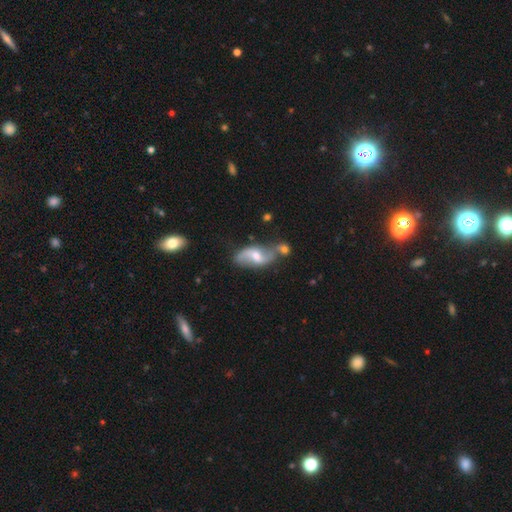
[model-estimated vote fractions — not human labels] smooth-or-featured: featured or disk: 71% | smooth: 22% | star or artifact: 7%
  disk-edge-on: no: 93% | yes: 7%
    bar: weak: 50% | no: 31% | strong: 19%
    has-spiral-arms: yes: 86% | no: 14%
      spiral-winding: loose: 73% | medium: 21% | tight: 6%
      spiral-arm-count: 2: 89% | can't tell: 5% | 1: 3% | 3: 1% | 4: 1% | more than 4: 1%
    bulge-size: moderate: 56% | small: 35% | large: 4% | none: 3% | dominant: 1%
  merging: none: 44% | merger: 29% | minor disturbance: 19% | major disturbance: 8%